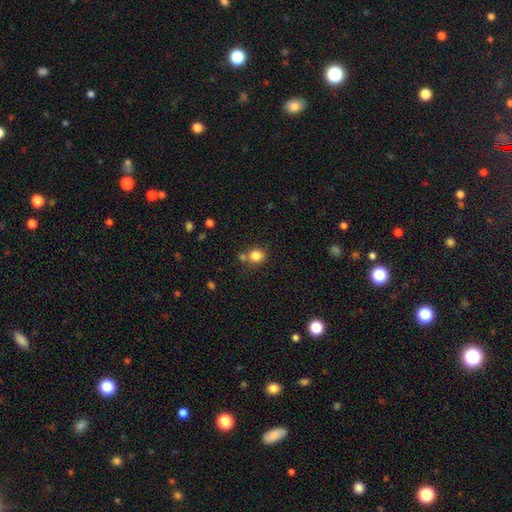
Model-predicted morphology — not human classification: This appears to be a smooth galaxy with no disk features (83%) that is round (76%). Merging: none (67%).